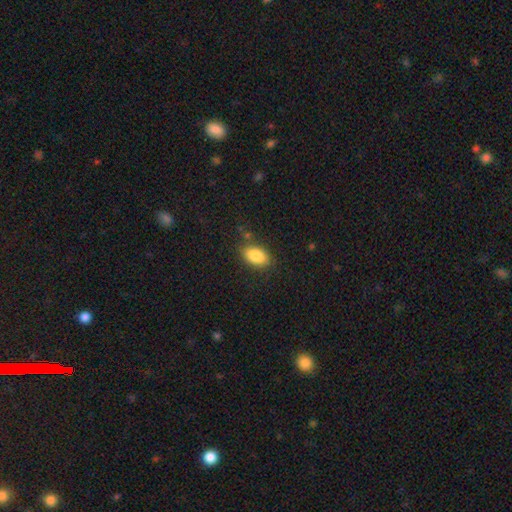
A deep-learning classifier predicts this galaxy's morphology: type=smooth (86%); roundness=in between (91%); merging=none (80%).